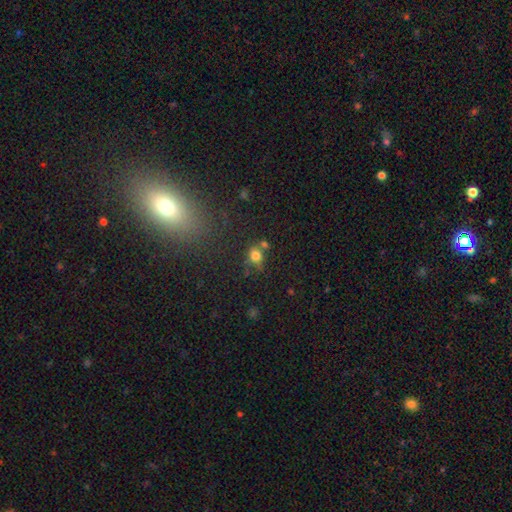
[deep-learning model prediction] Smooth or featured? Predicted: smooth (p=0.76). How rounded? Predicted: round (p=0.63). Merging? Predicted: none (p=0.54).